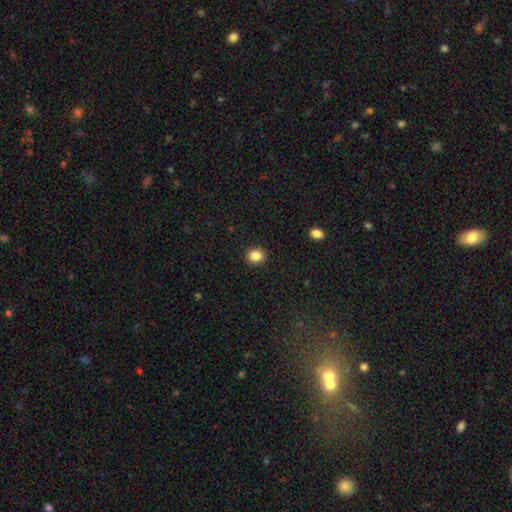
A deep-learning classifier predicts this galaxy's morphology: Smooth or featured? smooth (86%)
How rounded? round (67%)
Merging? none (91%)